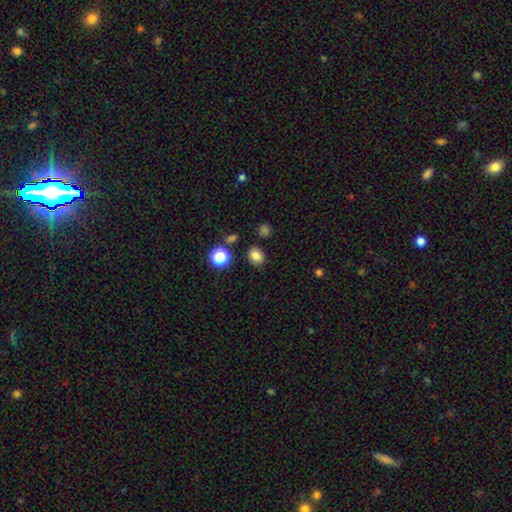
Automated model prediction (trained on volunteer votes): Smooth or featured? smooth (80%)
How rounded? round (56%)
Merging? none (84%)